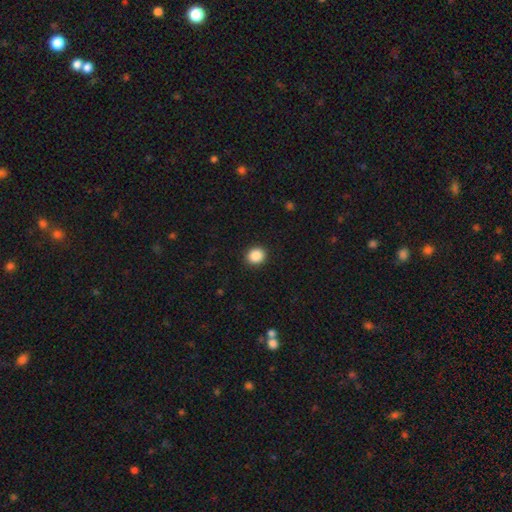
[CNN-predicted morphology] This appears to be a smooth galaxy with no disk features (88%) that is round (77%). Merging: none (92%).